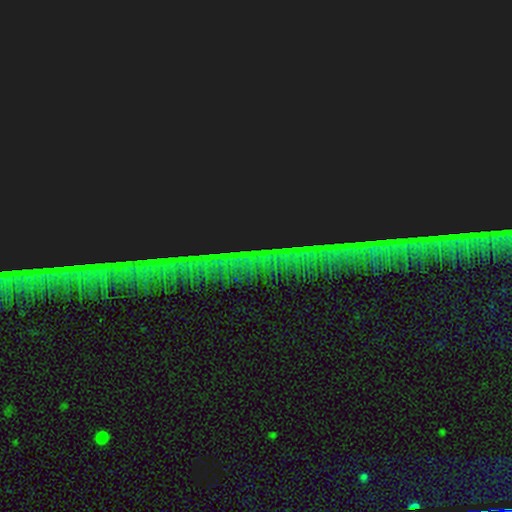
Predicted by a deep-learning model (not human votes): star or artifact 85%, featured or disk 9%, smooth 6%.